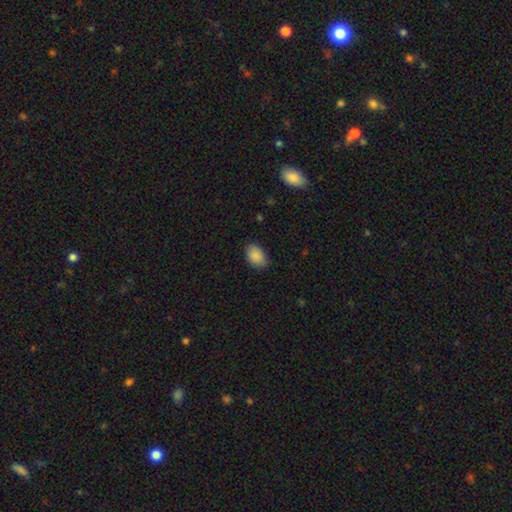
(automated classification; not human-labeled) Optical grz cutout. It shows a smooth galaxy with no disk features (89%) that is in between round and cigar-shaped (85%). Merging: none (82%).